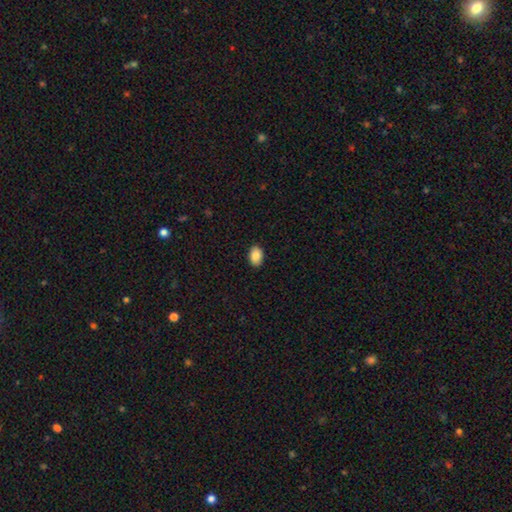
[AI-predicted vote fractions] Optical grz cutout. It shows a smooth galaxy with no disk features (88%) that is in between round and cigar-shaped (88%). Merging: none (90%).